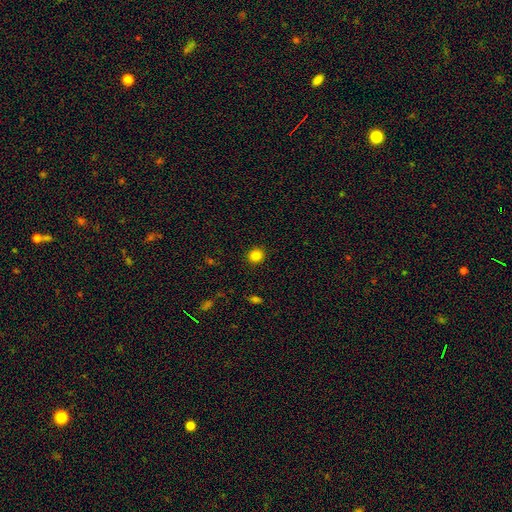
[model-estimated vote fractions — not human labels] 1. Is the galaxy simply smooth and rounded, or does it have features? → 84% smooth, 12% star or artifact, 4% featured or disk.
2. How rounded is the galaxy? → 86% round, 13% in between, 1% cigar-shaped.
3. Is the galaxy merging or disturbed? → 91% none, 6% minor disturbance, 2% major disturbance, 1% merger.